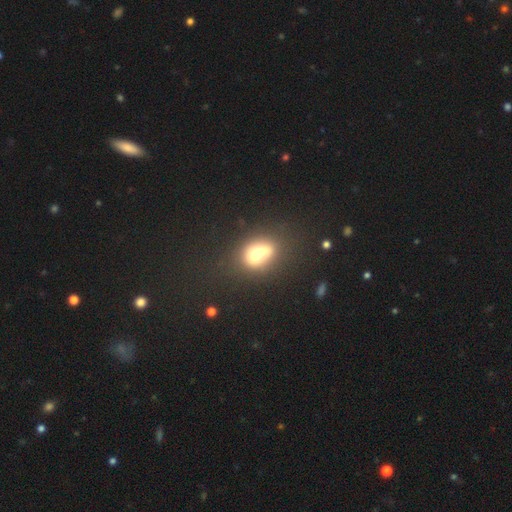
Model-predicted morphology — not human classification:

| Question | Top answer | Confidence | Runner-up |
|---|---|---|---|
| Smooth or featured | smooth | 59% | featured or disk (27%) |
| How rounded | in between | 68% | round (28%) |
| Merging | none | 36% | merger (34%) |